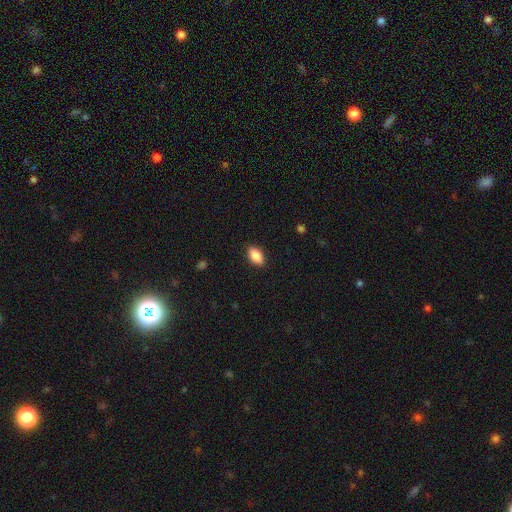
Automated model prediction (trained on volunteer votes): This appears to be a smooth galaxy with no disk features (88%) that is in between round and cigar-shaped (91%). Merging: none (88%).